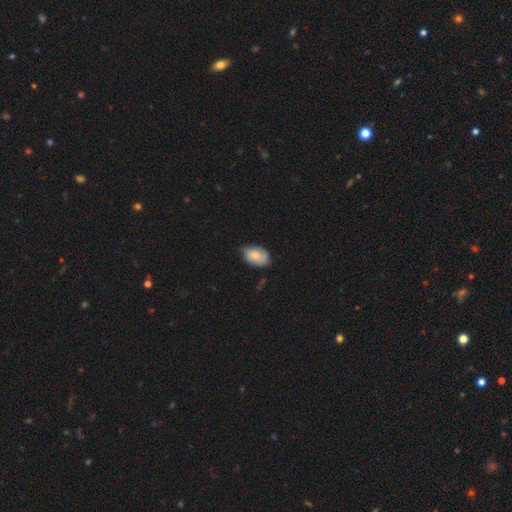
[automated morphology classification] This is likely a smooth galaxy (78%). How rounded: clearly in between (89%). Merging: possibly none (53%).